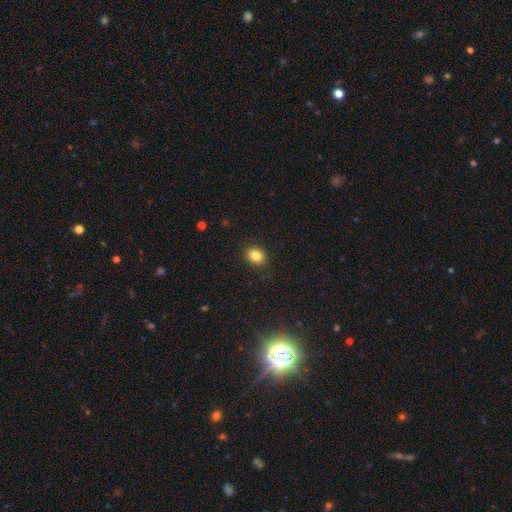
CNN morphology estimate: type=smooth (83%); roundness=round (52%); merging=none (89%).